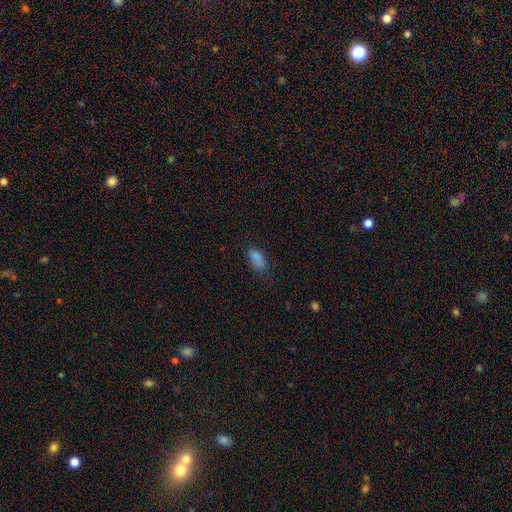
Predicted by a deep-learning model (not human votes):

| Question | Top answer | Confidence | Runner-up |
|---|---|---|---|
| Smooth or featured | smooth | 81% | star or artifact (12%) |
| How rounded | in between | 88% | cigar-shaped (8%) |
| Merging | none | 58% | minor disturbance (28%) |